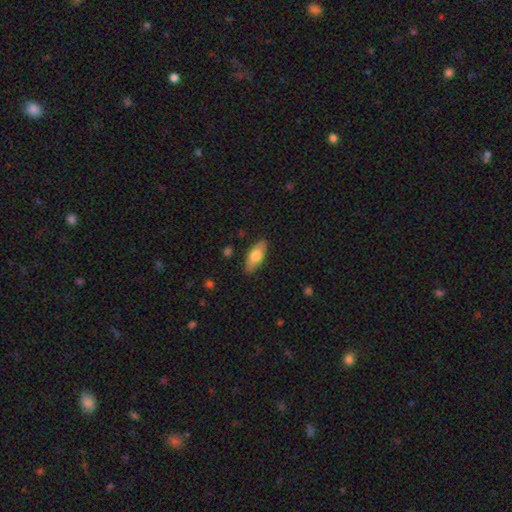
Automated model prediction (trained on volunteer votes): Q: Smooth or featured?
A: smooth (70%); runner-up: featured or disk (24%)
Q: How rounded?
A: in between (82%); runner-up: cigar-shaped (15%)
Q: Merging?
A: none (86%); runner-up: minor disturbance (11%)